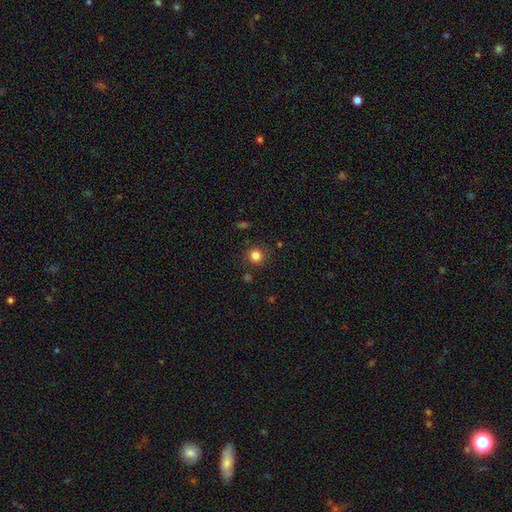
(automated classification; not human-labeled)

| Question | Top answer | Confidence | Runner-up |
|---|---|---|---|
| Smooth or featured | smooth | 83% | star or artifact (13%) |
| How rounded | round | 91% | in between (8%) |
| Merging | none | 87% | minor disturbance (8%) |